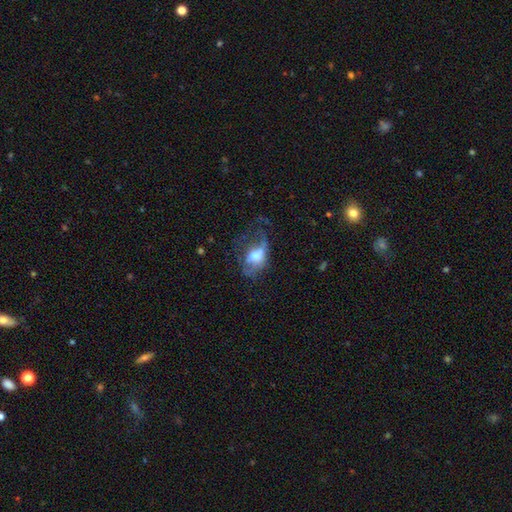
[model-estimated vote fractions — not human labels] Q: Smooth or featured?
A: featured or disk (47%); runner-up: smooth (43%)
Q: Merging?
A: major disturbance (53%); runner-up: none (24%)